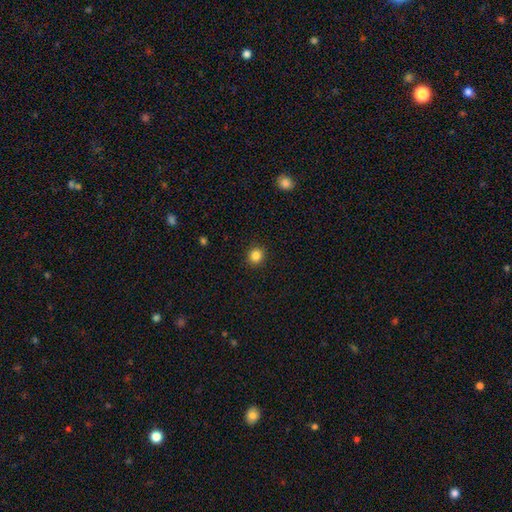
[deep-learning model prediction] Smooth or featured? Predicted: smooth (p=0.85). How rounded? Predicted: round (p=0.90). Merging? Predicted: none (p=0.92).